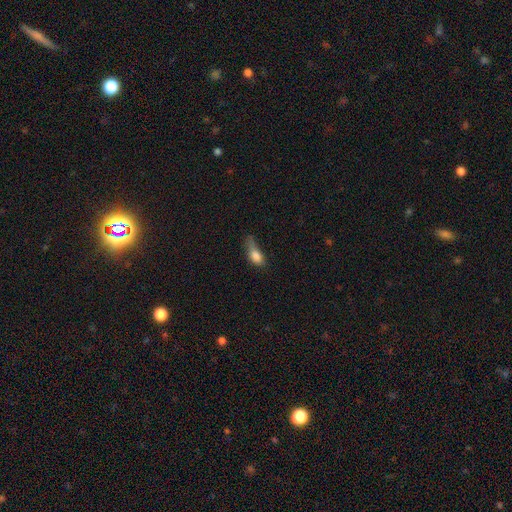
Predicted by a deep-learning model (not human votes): Smooth or featured?
  - smooth: 77% *
  - featured or disk: 13%
  - star or artifact: 10%
How rounded?
  - in between: 77% *
  - cigar-shaped: 14%
  - round: 9%
Merging?
  - major disturbance: 38% *
  - minor disturbance: 34%
  - none: 23%
  - merger: 5%